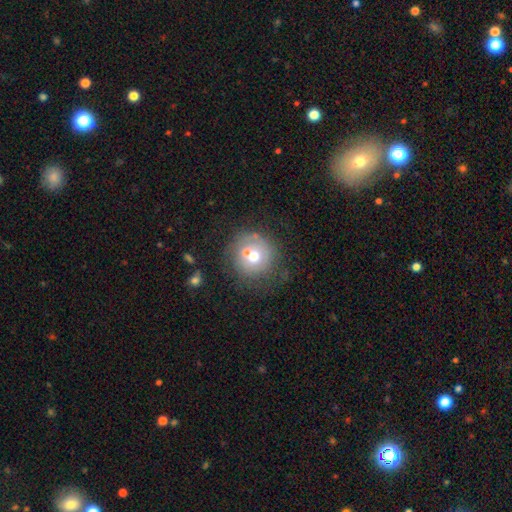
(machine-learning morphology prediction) smooth-or-featured: smooth: 55% | featured or disk: 32% | star or artifact: 13%
  how-rounded: round: 91% | in between: 8% | cigar-shaped: 1%
  merging: none: 56% | merger: 23% | minor disturbance: 14% | major disturbance: 7%